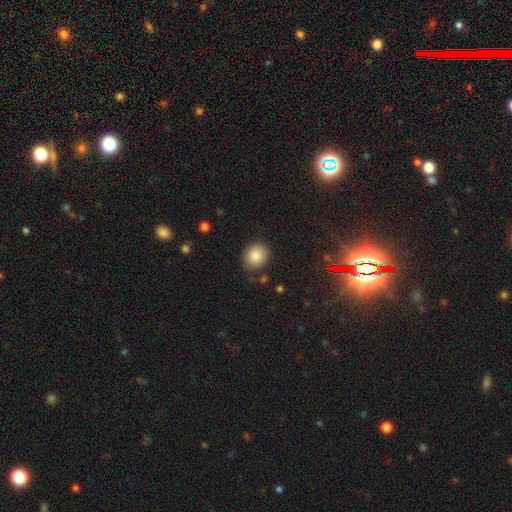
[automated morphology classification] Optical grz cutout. It shows a smooth galaxy with no disk features (86%) that is round (79%). Merging: none (84%).